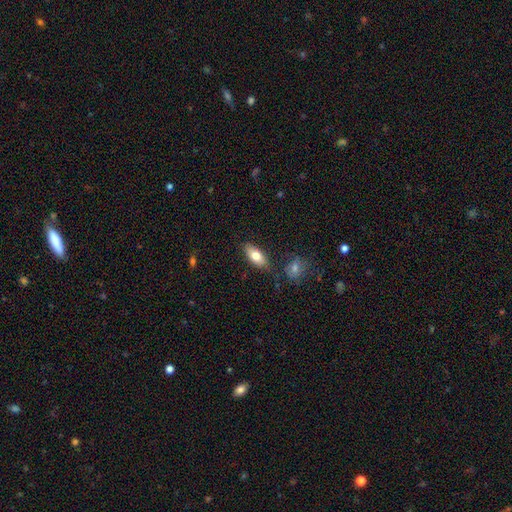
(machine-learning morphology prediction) smooth 76%, featured or disk 18%, star or artifact 7%. Down the decision tree: how rounded — in between (85%); merging — none (78%).